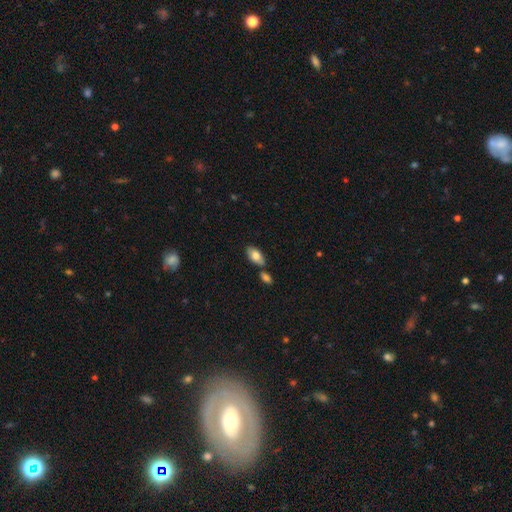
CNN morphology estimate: smooth-or-featured: smooth: 77% | featured or disk: 17% | star or artifact: 7%
  how-rounded: in between: 92% | cigar-shaped: 4% | round: 4%
  merging: none: 58% | merger: 25% | minor disturbance: 13% | major disturbance: 3%